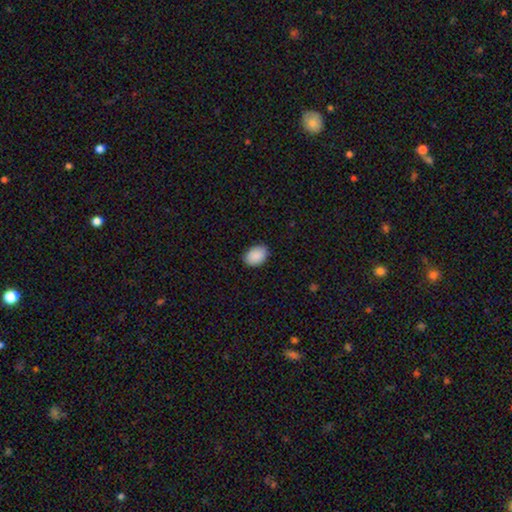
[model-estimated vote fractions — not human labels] smooth-or-featured: smooth: 90% | star or artifact: 7% | featured or disk: 3%
  how-rounded: in between: 78% | round: 21% | cigar-shaped: 1%
  merging: none: 84% | minor disturbance: 13% | major disturbance: 2% | merger: 1%